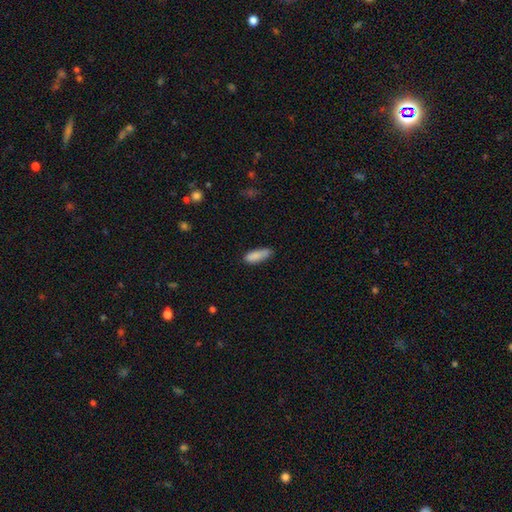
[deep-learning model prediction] Overall: smooth (87%). How rounded: in between (61%; cigar-shaped 37%). Merging: none (66%).